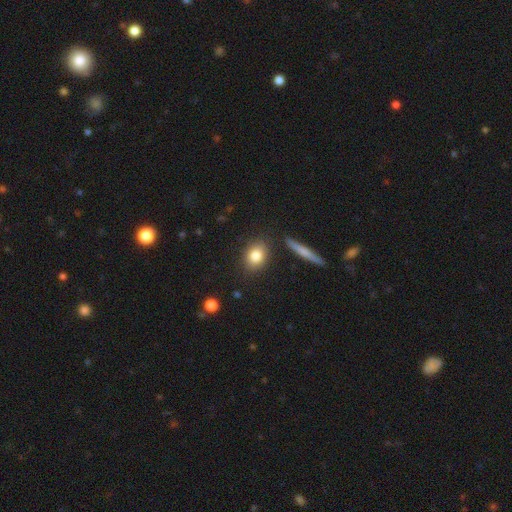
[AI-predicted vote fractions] Smooth or featured? Predicted: smooth (p=0.81). How rounded? Predicted: in between (p=0.54). Merging? Predicted: none (p=0.84).